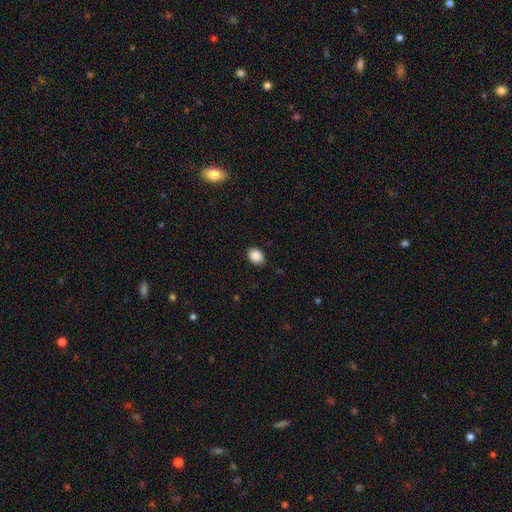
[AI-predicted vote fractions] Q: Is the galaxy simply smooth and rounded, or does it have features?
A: smooth — 89%.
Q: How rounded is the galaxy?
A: in between — 66%.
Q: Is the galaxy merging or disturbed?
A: none — 88%.